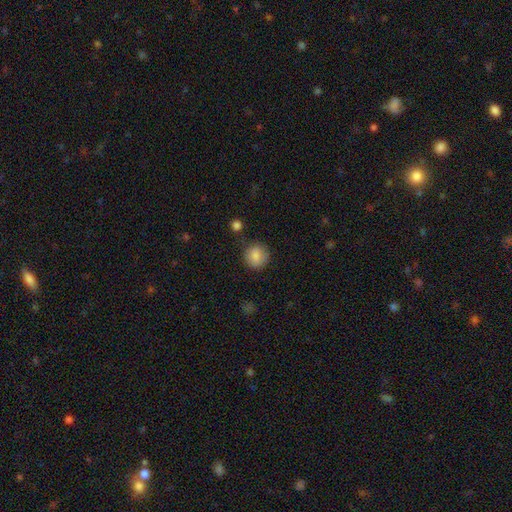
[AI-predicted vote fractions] Smooth or featured? smooth (86%)
How rounded? round (90%)
Merging? none (83%)